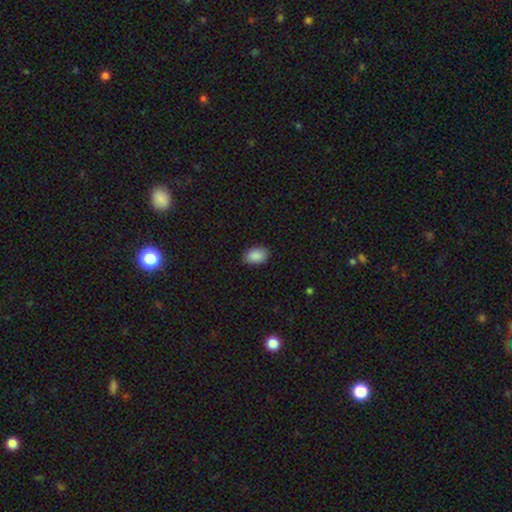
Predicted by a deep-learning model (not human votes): This appears to be a smooth galaxy with no disk features (90%) that is in between round and cigar-shaped (91%). Merging: none (87%).